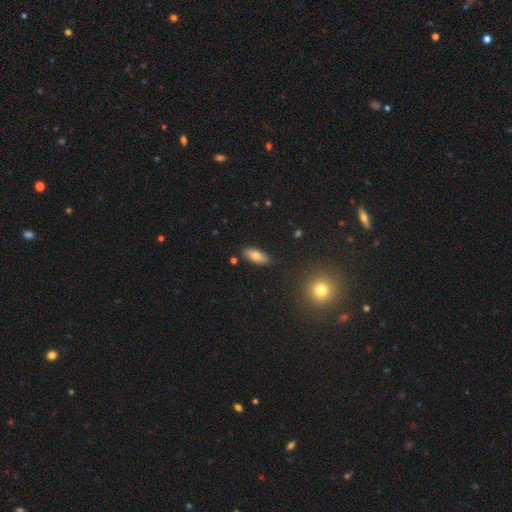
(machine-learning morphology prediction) A smooth galaxy with no disk features (73%) that is in between round and cigar-shaped (74%).

Vote fractions:
- Smooth or featured? smooth: 73% / featured or disk: 19% / star or artifact: 8%
- How rounded? in between: 74% / cigar-shaped: 23% / round: 3%
- Merging? none: 86% / minor disturbance: 10% / major disturbance: 2% / merger: 2%